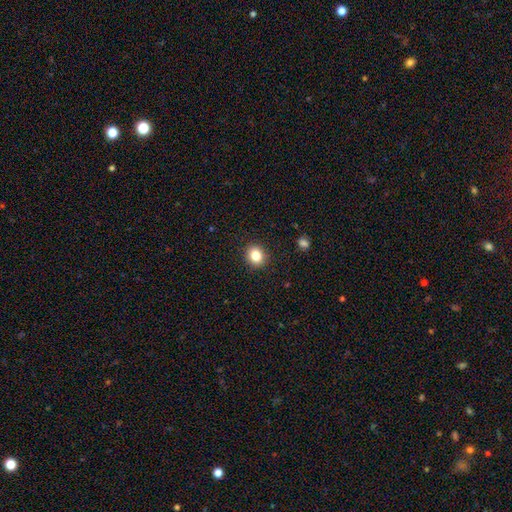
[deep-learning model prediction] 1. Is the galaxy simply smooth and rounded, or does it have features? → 83% smooth, 11% star or artifact, 6% featured or disk.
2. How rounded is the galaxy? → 71% round, 28% in between, 1% cigar-shaped.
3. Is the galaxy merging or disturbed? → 91% none, 6% minor disturbance, 2% major disturbance, 1% merger.